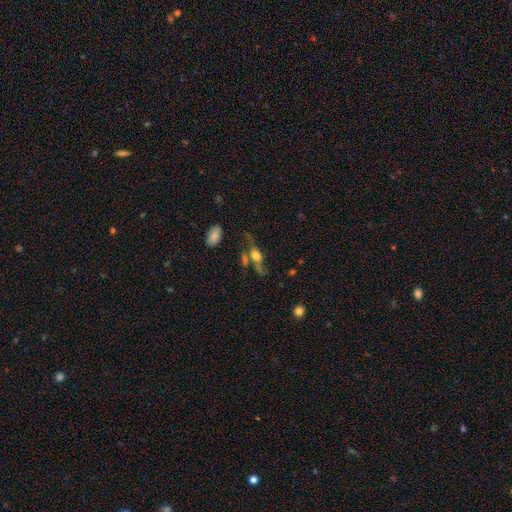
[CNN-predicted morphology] Overall: featured or disk (58%; smooth 31%). Edge-on disk: no (51%; yes 49%). Merging: none (47%; minor disturbance 18%).